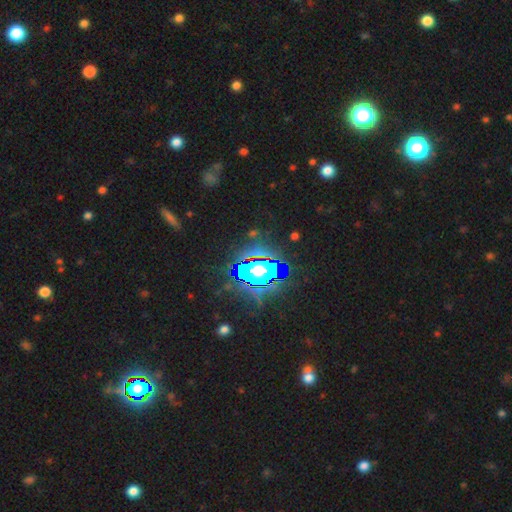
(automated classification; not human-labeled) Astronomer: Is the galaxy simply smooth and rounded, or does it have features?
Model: star or artifact — 81%.